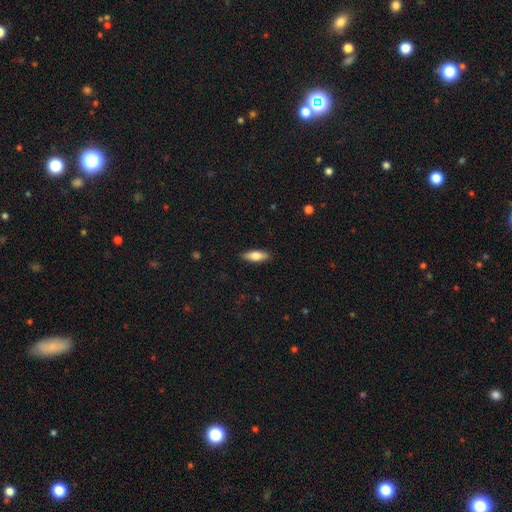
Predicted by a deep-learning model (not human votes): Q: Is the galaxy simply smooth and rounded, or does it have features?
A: smooth — 74%.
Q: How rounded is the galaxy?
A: in between — 63%.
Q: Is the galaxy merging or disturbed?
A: none — 88%.